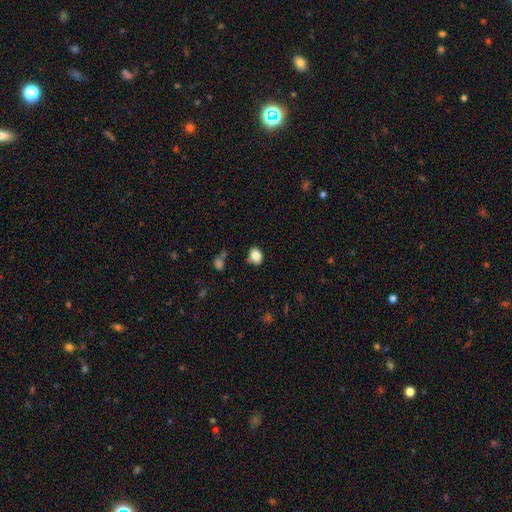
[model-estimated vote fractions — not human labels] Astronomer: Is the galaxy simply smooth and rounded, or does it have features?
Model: smooth — 84%.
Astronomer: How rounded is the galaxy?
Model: in between — 65%.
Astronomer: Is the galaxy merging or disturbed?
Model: none — 73%.